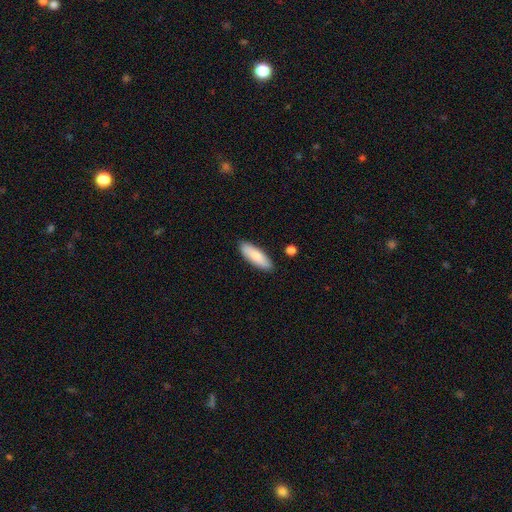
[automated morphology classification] A smooth galaxy with no disk features (81%) that is in between round and cigar-shaped (55%).

Vote fractions:
- Smooth or featured? smooth: 81% / featured or disk: 13% / star or artifact: 6%
- How rounded? in between: 55% / cigar-shaped: 43% / round: 2%
- Merging? none: 87% / minor disturbance: 9% / merger: 2% / major disturbance: 2%